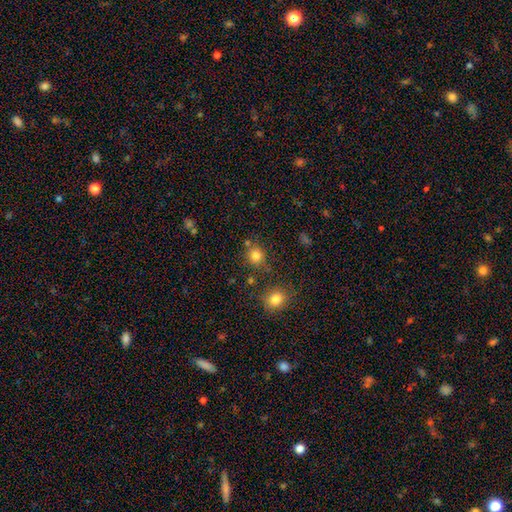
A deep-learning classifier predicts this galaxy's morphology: Smooth or featured? smooth (80%)
How rounded? round (87%)
Merging? none (75%)